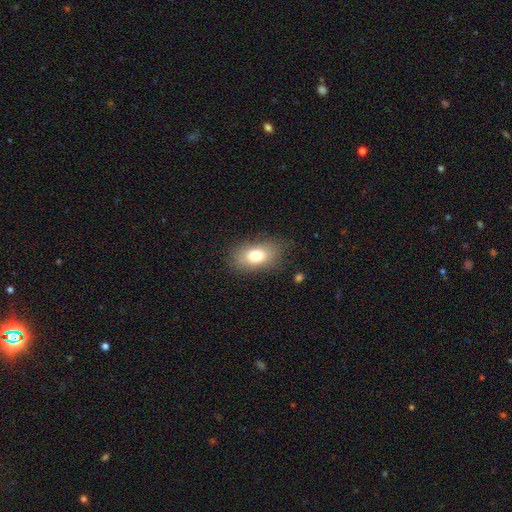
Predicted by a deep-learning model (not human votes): A smooth galaxy with no disk features (75%) that is in between round and cigar-shaped (85%). Merging: none (79%).